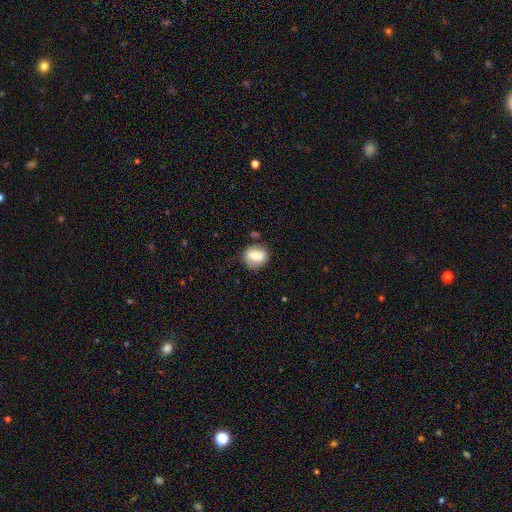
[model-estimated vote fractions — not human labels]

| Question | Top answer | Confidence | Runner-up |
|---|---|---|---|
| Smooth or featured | smooth | 75% | featured or disk (17%) |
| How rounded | round | 63% | in between (36%) |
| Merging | none | 71% | minor disturbance (19%) |